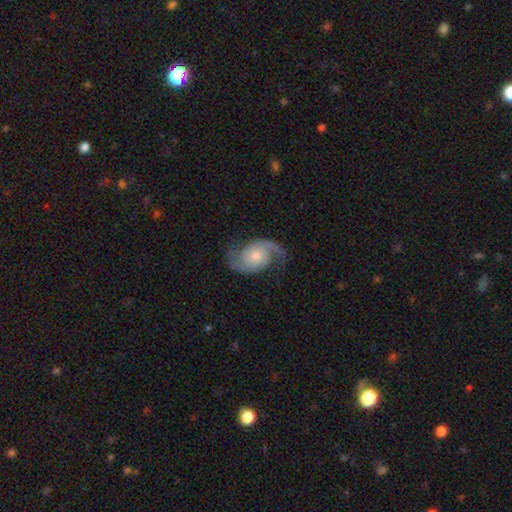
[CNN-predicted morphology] Smooth or featured? featured or disk (87%)
Edge-on disk? no (98%)
Bar? no (70%)
Spiral arms? yes (97%)
Spiral winding? medium (45%)
Spiral arm count? 2 (93%)
Bulge size? moderate (52%)
Merging? none (75%)